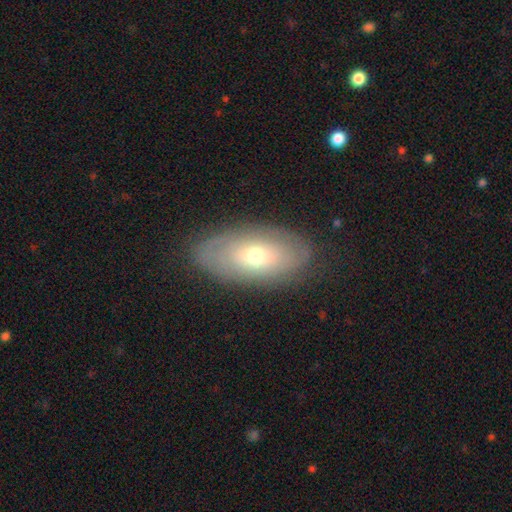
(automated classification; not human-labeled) smooth_or_featured: featured or disk (p=0.51) [alt: smooth p=0.42]
disk_edge_on: no (p=0.85) [alt: yes p=0.15]
merging: none (p=0.82) [alt: minor disturbance p=0.13]